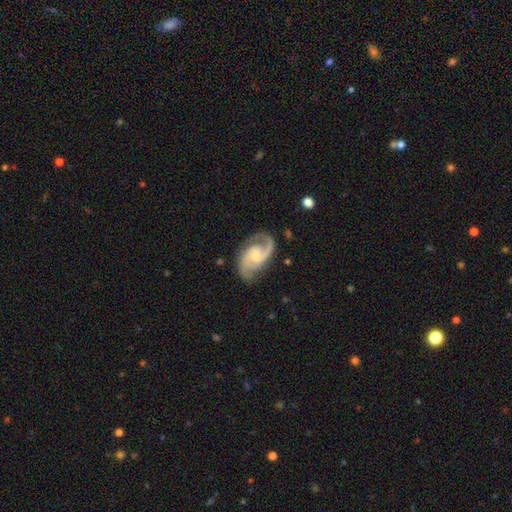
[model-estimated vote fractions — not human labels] smooth-or-featured: featured or disk: 90% | smooth: 5% | star or artifact: 4%
  disk-edge-on: no: 98% | yes: 2%
    bar: no: 48% | weak: 43% | strong: 9%
    has-spiral-arms: yes: 98% | no: 2%
      spiral-winding: medium: 57% | loose: 23% | tight: 20%
      spiral-arm-count: 2: 90% | 1: 3% | can't tell: 3% | 3: 2% | 4: 1% | more than 4: 1%
    bulge-size: small: 46% | moderate: 36% | none: 13% | large: 4% | dominant: 1%
  merging: none: 75% | minor disturbance: 16% | major disturbance: 7% | merger: 1%